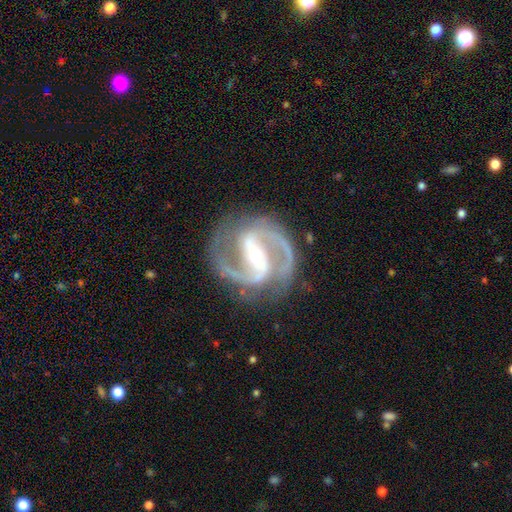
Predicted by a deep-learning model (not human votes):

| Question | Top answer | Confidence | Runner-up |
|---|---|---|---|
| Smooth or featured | featured or disk | 93% | star or artifact (5%) |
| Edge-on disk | no | 98% | yes (2%) |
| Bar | strong | 61% | weak (28%) |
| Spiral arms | yes | 98% | no (2%) |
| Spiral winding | medium | 65% | tight (22%) |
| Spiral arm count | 2 | 91% | 3 (4%) |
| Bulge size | small | 62% | moderate (35%) |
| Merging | none | 79% | minor disturbance (13%) |